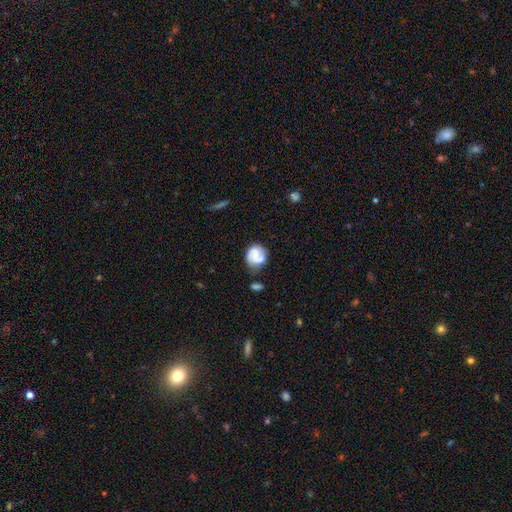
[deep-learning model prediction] This appears to be a smooth galaxy with no disk features (65%) that is round (74%). Merging: none (48%).